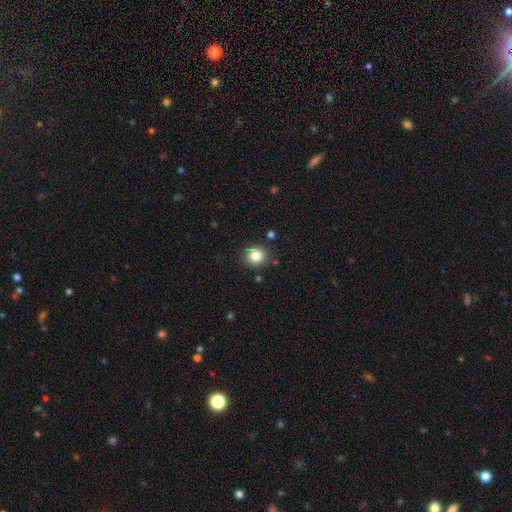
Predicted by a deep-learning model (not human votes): smooth_or_featured: smooth (p=0.83) [alt: star or artifact p=0.11]
how_rounded: round (p=0.88) [alt: in between p=0.11]
merging: none (p=0.86) [alt: minor disturbance p=0.09]